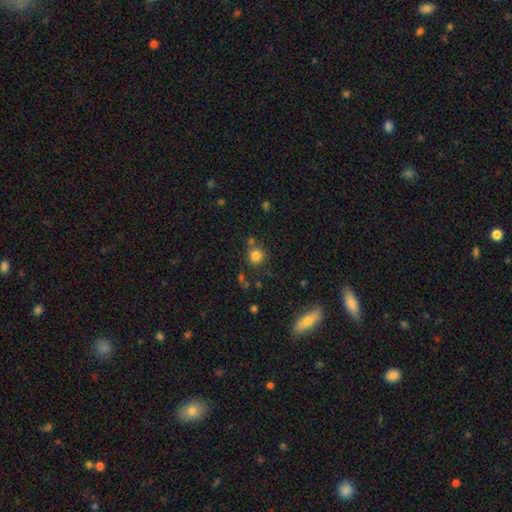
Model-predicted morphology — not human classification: smooth_or_featured: smooth (p=0.82) [alt: star or artifact p=0.12]
how_rounded: round (p=0.91) [alt: in between p=0.08]
merging: none (p=0.75) [alt: merger p=0.11]